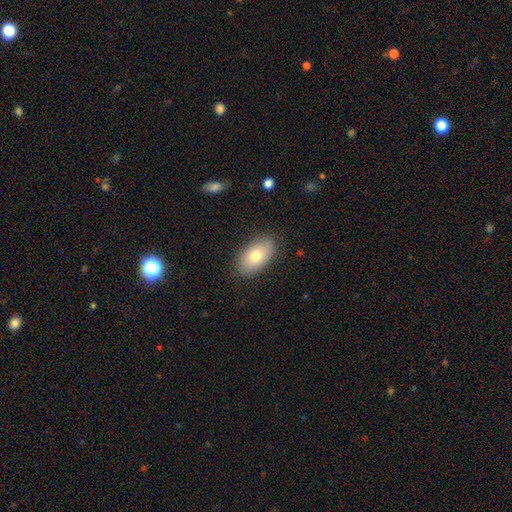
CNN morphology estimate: Smooth or featured? smooth (74%)
How rounded? in between (93%)
Merging? none (86%)